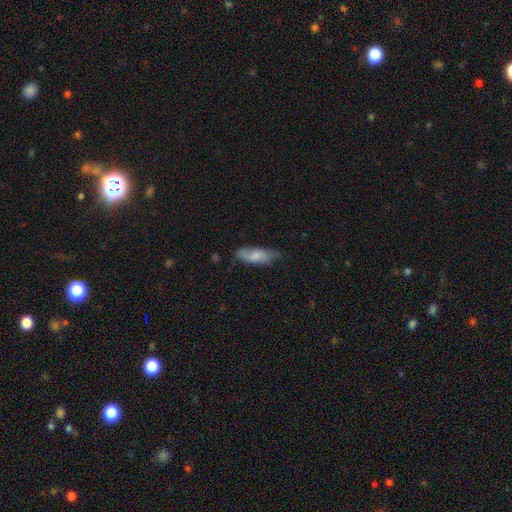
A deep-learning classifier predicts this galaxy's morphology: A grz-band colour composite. It shows a smooth galaxy with no disk features (74%) that is in between round and cigar-shaped (61%). Merging: none (68%).